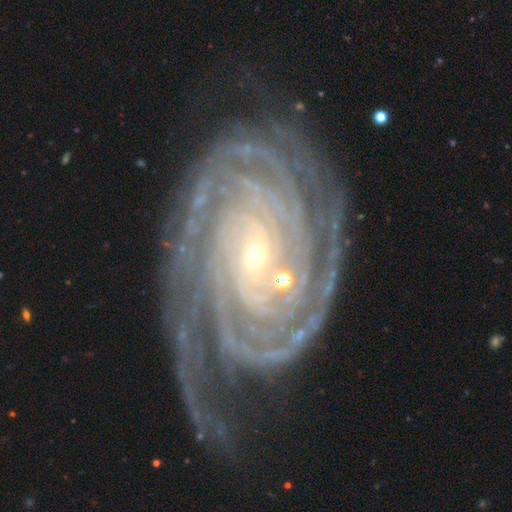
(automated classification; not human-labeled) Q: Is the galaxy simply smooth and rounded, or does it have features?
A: featured or disk — 92%.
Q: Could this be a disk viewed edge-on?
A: no — 97%.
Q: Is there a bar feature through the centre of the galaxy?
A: no — 55%.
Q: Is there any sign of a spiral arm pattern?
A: yes — 99%.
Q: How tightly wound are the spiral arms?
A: tight — 85%.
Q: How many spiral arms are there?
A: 2 — 22%.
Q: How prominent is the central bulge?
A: small — 81%.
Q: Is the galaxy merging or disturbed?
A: none — 68%.